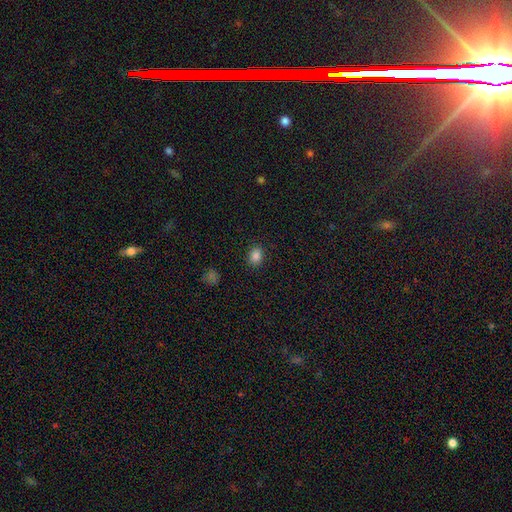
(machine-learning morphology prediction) Overall: smooth (84%). How rounded: in between (56%; round 43%). Merging: none (89%).